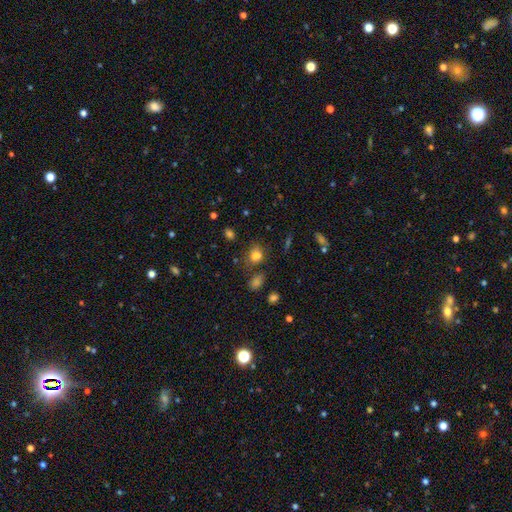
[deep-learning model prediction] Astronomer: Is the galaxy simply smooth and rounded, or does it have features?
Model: smooth — 74%.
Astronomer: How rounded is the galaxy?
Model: round — 52% (runner-up: in between, 47%).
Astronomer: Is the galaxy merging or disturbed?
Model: none — 61%.